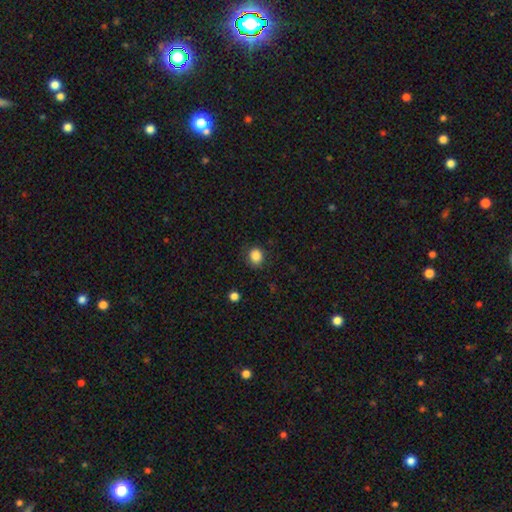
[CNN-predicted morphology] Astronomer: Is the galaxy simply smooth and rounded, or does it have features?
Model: smooth — 86%.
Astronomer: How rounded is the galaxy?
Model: round — 75%.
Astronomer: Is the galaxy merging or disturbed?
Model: none — 84%.